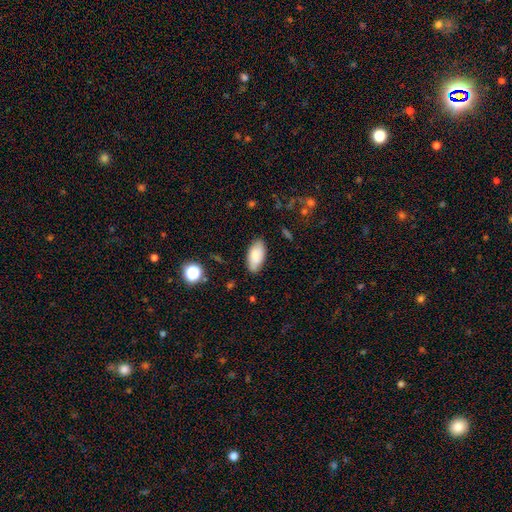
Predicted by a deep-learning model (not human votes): Overall: smooth (81%). How rounded: in between (92%). Merging: none (81%).